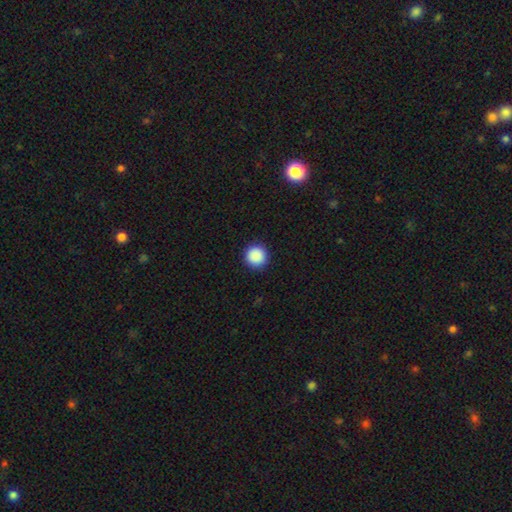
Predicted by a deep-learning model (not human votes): This appears to be a smooth galaxy with no disk features (89%) that is round (96%). Merging: none (92%).